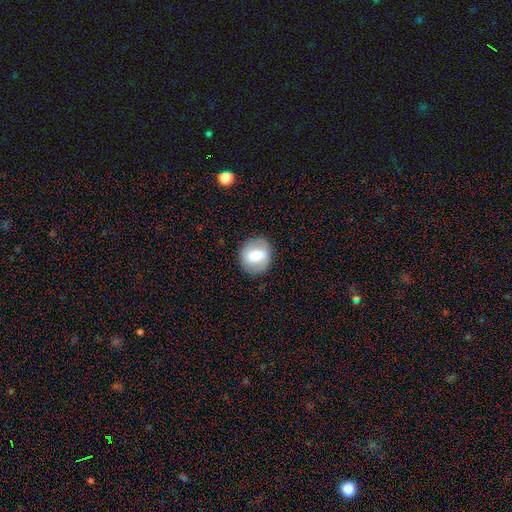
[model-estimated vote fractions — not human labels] smooth-or-featured: smooth: 53% | featured or disk: 40% | star or artifact: 7%
  how-rounded: round: 75% | in between: 23% | cigar-shaped: 1%
  merging: none: 85% | minor disturbance: 10% | major disturbance: 4% | merger: 1%